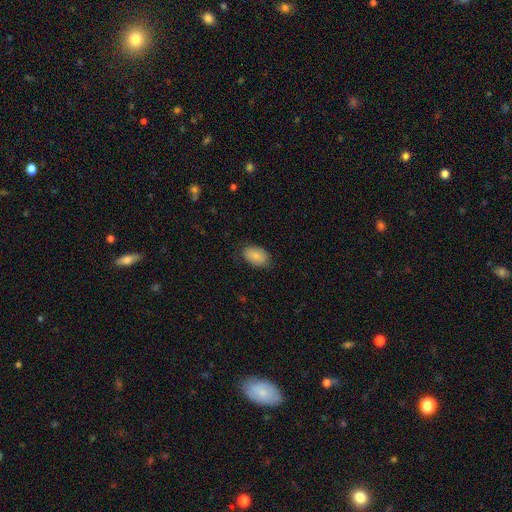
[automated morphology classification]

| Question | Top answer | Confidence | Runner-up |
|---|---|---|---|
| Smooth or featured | smooth | 84% | featured or disk (9%) |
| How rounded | in between | 90% | round (9%) |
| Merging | none | 80% | minor disturbance (16%) |